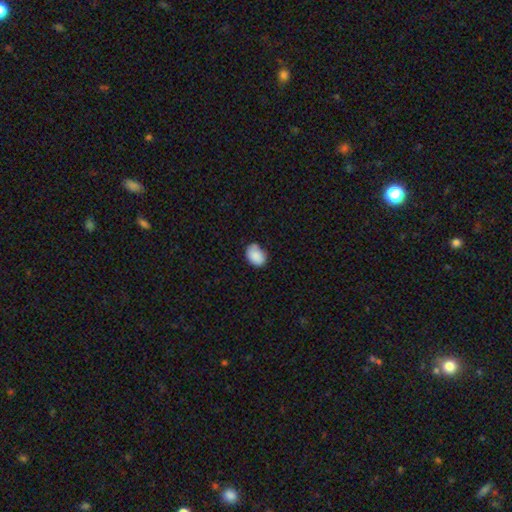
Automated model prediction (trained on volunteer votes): Smooth or featured? Predicted: smooth (p=0.87). How rounded? Predicted: in between (p=0.71). Merging? Predicted: none (p=0.66).